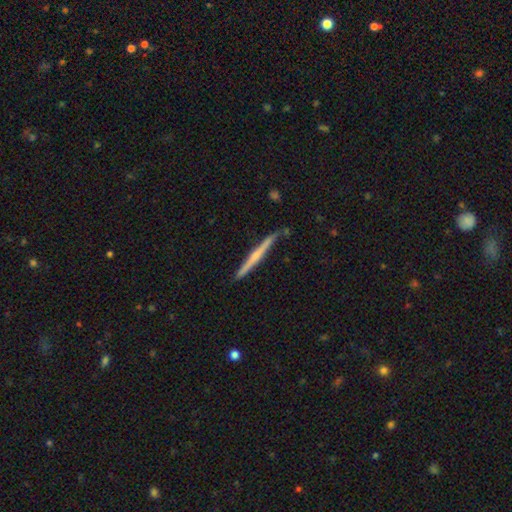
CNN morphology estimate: Smooth or featured?
  - featured or disk: 60% *
  - smooth: 34%
  - star or artifact: 5%
Edge-on disk?
  - yes: 98% *
  - no: 2%
Edge-on bulge?
  - rounded: 49% *
  - none: 43%
  - boxy: 8%
Merging?
  - none: 85% *
  - minor disturbance: 11%
  - merger: 2%
  - major disturbance: 2%